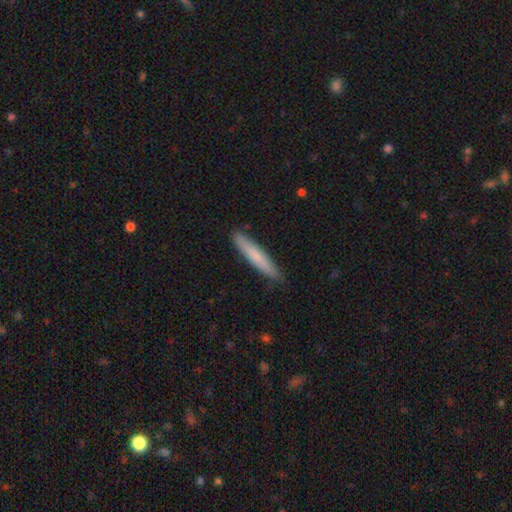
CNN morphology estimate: Smooth or featured?
  - smooth: 75% *
  - featured or disk: 20%
  - star or artifact: 5%
How rounded?
  - cigar-shaped: 93% *
  - in between: 6%
  - round: 1%
Merging?
  - none: 88% *
  - minor disturbance: 10%
  - major disturbance: 1%
  - merger: 1%